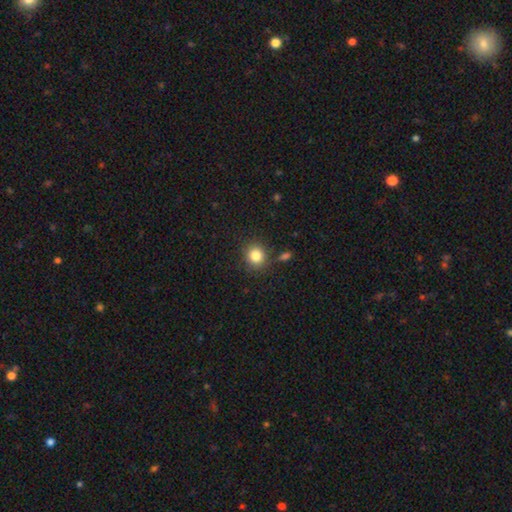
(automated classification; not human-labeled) smooth_or_featured: smooth (p=0.84) [alt: star or artifact p=0.11]
how_rounded: round (p=0.85) [alt: in between p=0.14]
merging: none (p=0.84) [alt: minor disturbance p=0.09]